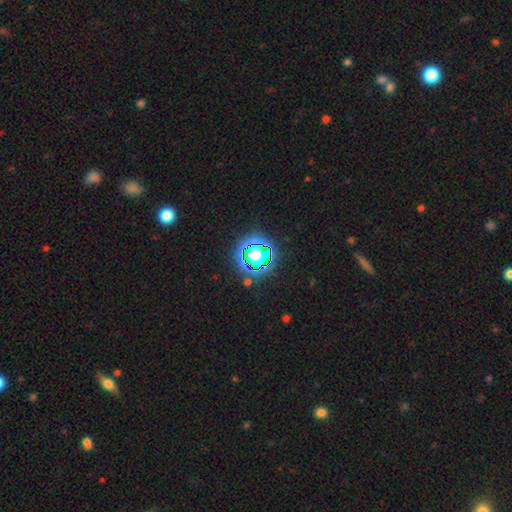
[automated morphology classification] Smooth or featured? Predicted: star or artifact (p=0.57).